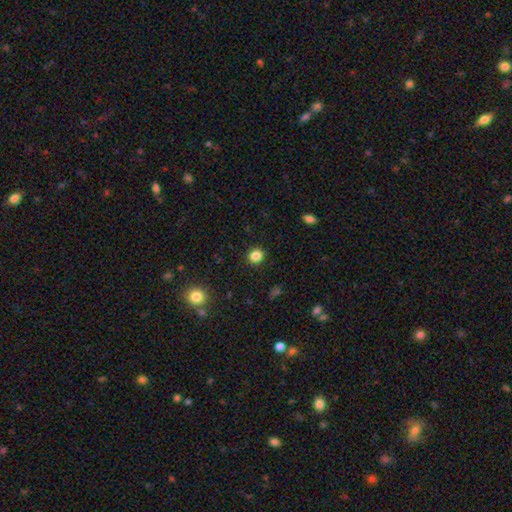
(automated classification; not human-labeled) A smooth galaxy with no disk features (84%) that is round (83%).

Vote fractions:
- Smooth or featured? smooth: 84% / star or artifact: 12% / featured or disk: 4%
- How rounded? round: 83% / in between: 16% / cigar-shaped: 1%
- Merging? none: 91% / minor disturbance: 6% / major disturbance: 2% / merger: 1%